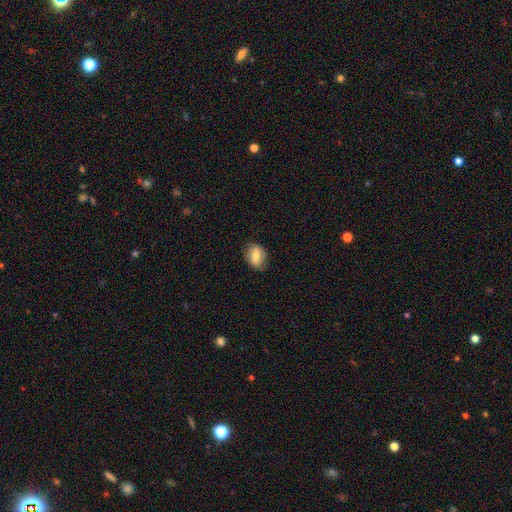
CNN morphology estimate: smooth 65%, featured or disk 27%, star or artifact 8%. Down the decision tree: how rounded — in between (72%); merging — none (80%).